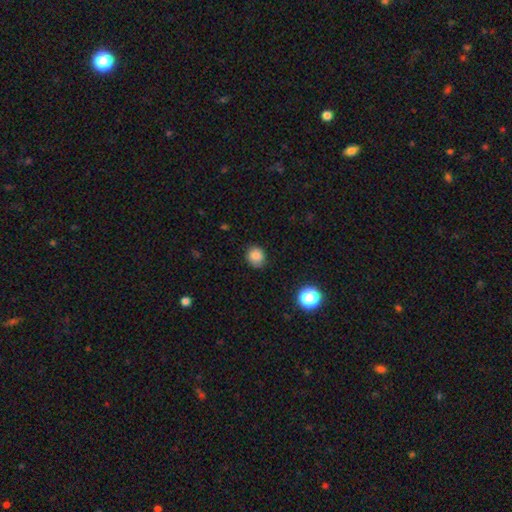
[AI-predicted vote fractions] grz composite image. It shows a smooth galaxy with no disk features (84%) that is round (74%). Merging: none (78%).